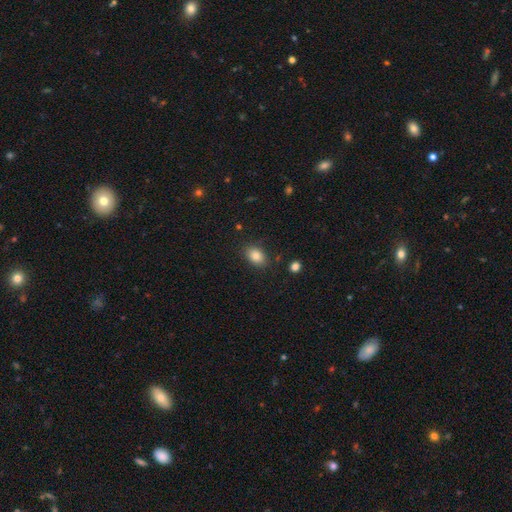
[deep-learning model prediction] Smooth or featured? Predicted: smooth (p=0.85). How rounded? Predicted: in between (p=0.78). Merging? Predicted: none (p=0.83).